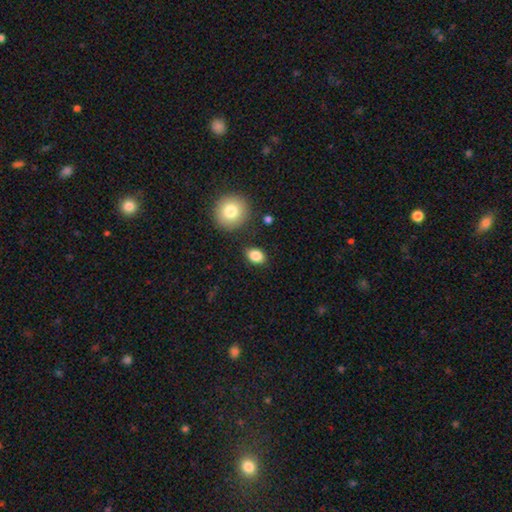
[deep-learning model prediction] Smooth or featured? smooth (85%)
How rounded? in between (72%)
Merging? none (84%)